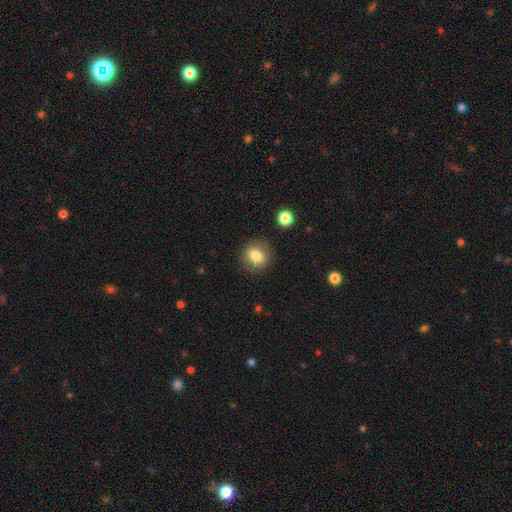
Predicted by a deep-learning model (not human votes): smooth_or_featured: smooth (p=0.77) [alt: featured or disk p=0.13]
how_rounded: round (p=0.69) [alt: in between p=0.30]
merging: none (p=0.85) [alt: minor disturbance p=0.10]